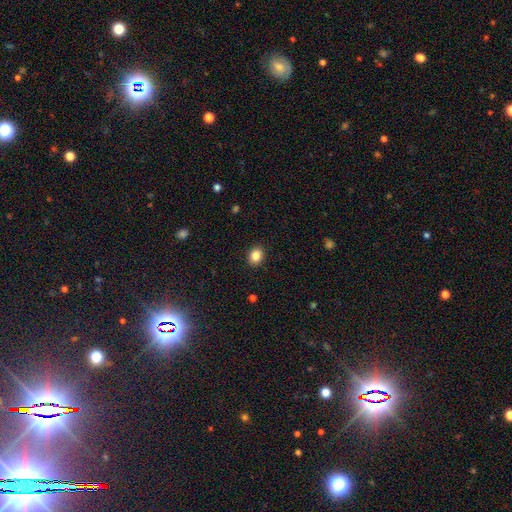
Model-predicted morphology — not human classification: The model was most divided on "how rounded": round: 58%, in between: 41%, cigar-shaped: 1%. More confident: merging — none (91%); smooth or featured — smooth (85%).